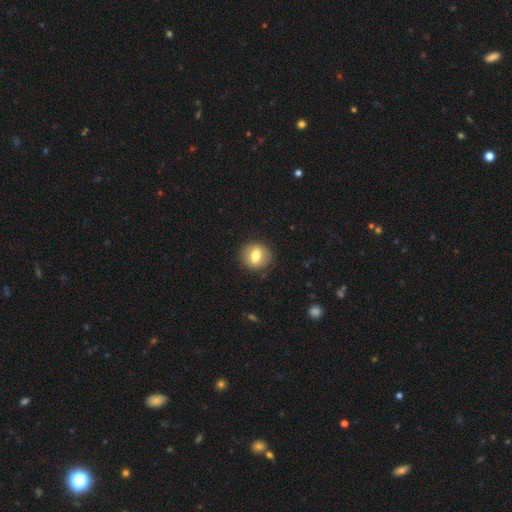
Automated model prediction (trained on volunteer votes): This appears to be a smooth galaxy with no disk features (71%) that is round (79%). Merging: none (88%).